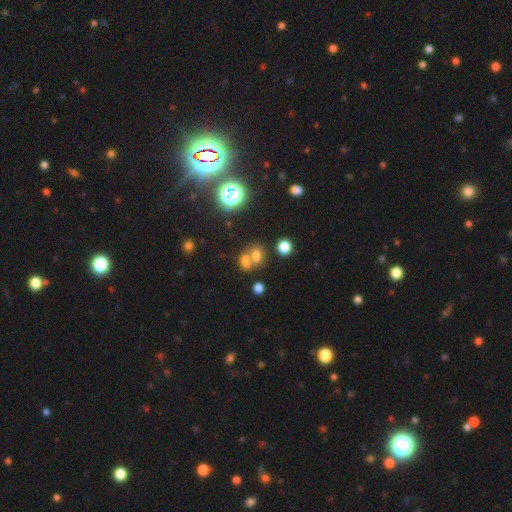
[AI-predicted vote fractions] Q: Smooth or featured?
A: smooth (67%); runner-up: star or artifact (20%)
Q: How rounded?
A: in between (58%); runner-up: round (40%)
Q: Merging?
A: merger (50%); runner-up: none (37%)